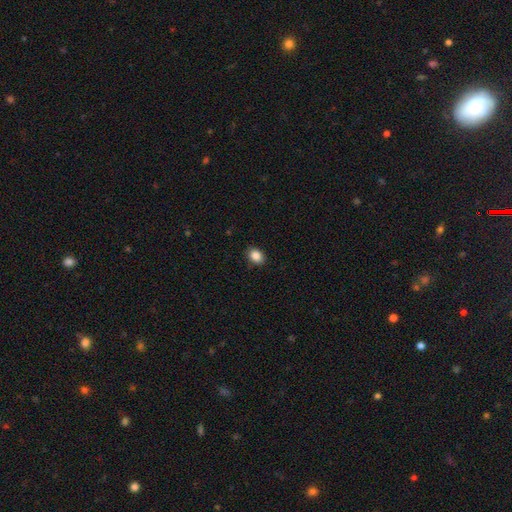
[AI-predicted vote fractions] A smooth galaxy with no disk features (87%) that is in between round and cigar-shaped (60%). Merging: none (88%).